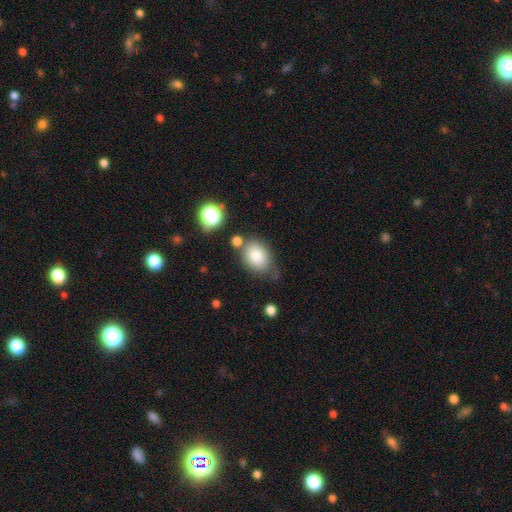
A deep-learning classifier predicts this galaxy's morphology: smooth_or_featured: smooth (p=0.82) [alt: star or artifact p=0.09]
how_rounded: in between (p=0.70) [alt: round p=0.29]
merging: none (p=0.62) [alt: minor disturbance p=0.21]